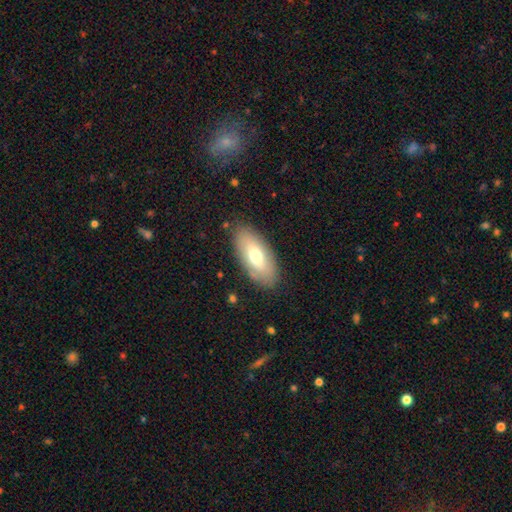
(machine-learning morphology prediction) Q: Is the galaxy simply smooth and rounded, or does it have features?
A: smooth — 66%.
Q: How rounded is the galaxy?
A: in between — 87%.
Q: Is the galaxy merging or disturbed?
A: none — 84%.